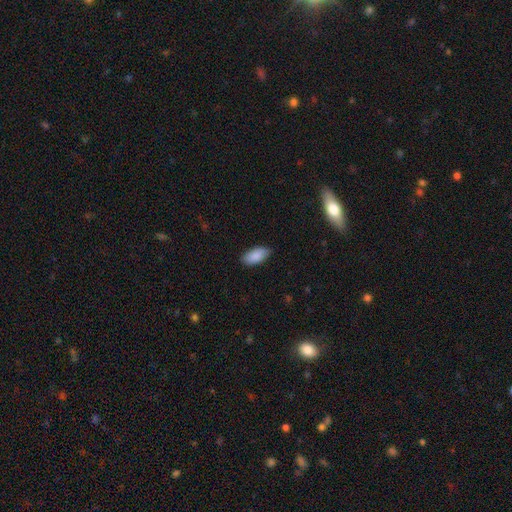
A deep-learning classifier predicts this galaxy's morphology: smooth_or_featured: smooth (p=0.88) [alt: star or artifact p=0.06]
how_rounded: in between (p=0.92) [alt: cigar-shaped p=0.06]
merging: none (p=0.86) [alt: minor disturbance p=0.11]